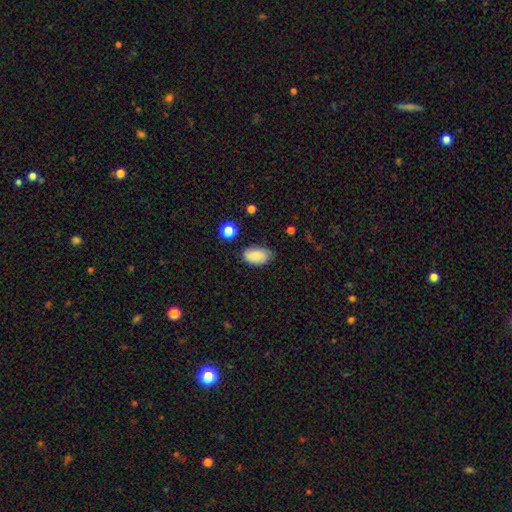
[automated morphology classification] smooth_or_featured: smooth (p=0.80) [alt: featured or disk p=0.12]
how_rounded: in between (p=0.92) [alt: round p=0.06]
merging: none (p=0.69) [alt: minor disturbance p=0.24]